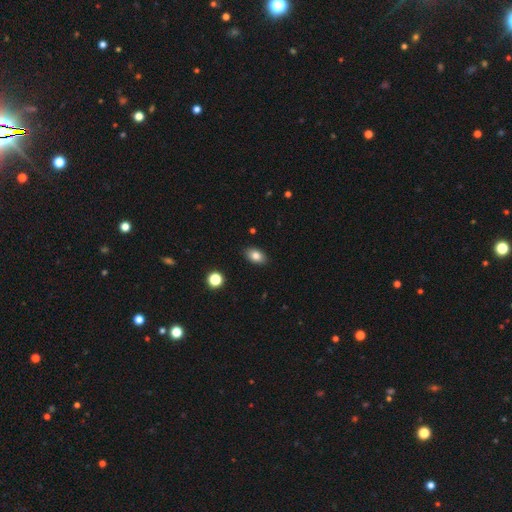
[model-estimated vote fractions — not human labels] This appears to be a smooth galaxy with no disk features (82%) that is in between round and cigar-shaped (88%). Merging: none (88%).